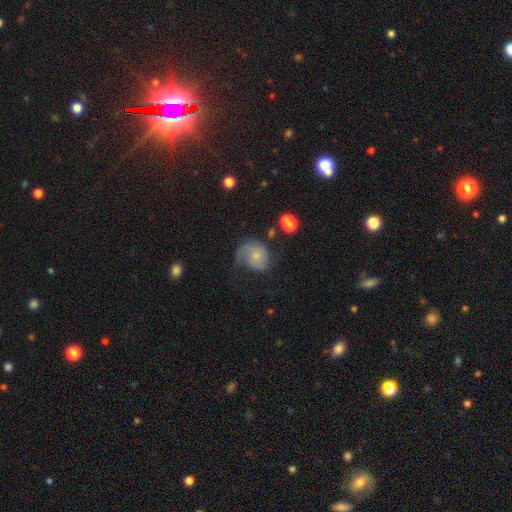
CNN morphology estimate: featured or disk 51%, smooth 40%, star or artifact 9%. Down the decision tree: edge-on disk — no (97%); merging — none (37%).